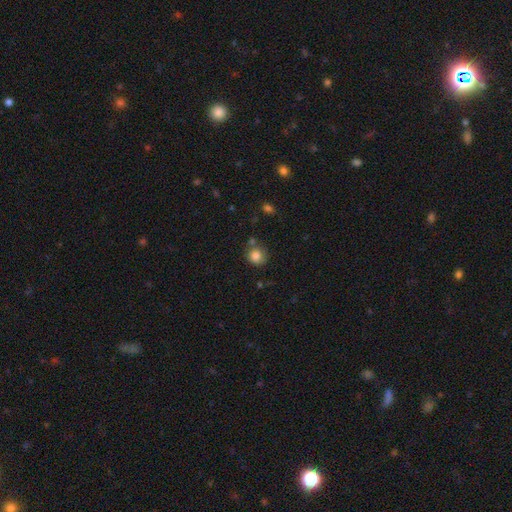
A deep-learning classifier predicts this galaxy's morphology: This is clearly a smooth galaxy (84%). How rounded: clearly round (86%). Merging: likely none (71%).